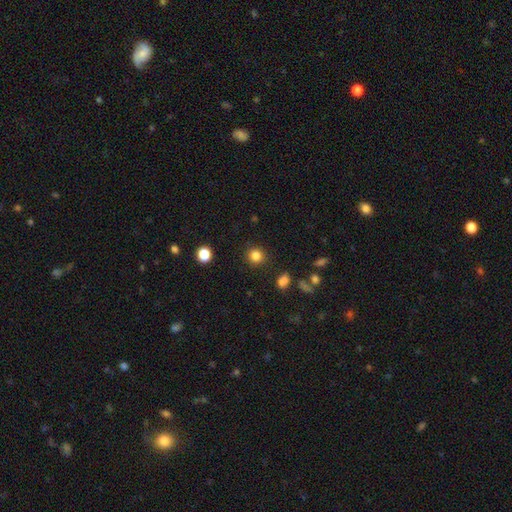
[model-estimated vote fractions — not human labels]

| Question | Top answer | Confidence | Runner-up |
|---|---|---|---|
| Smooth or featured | smooth | 83% | star or artifact (12%) |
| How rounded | round | 92% | in between (7%) |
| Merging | none | 90% | minor disturbance (6%) |